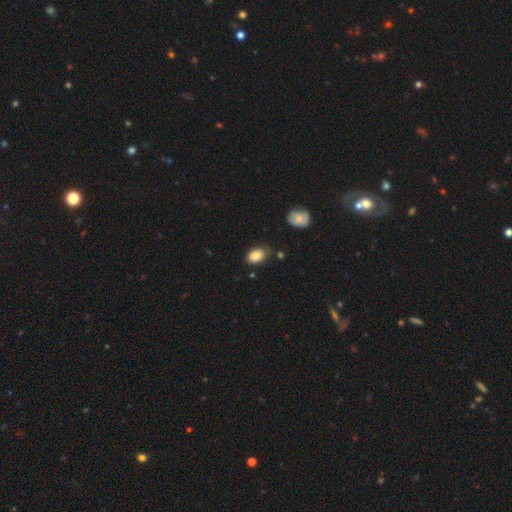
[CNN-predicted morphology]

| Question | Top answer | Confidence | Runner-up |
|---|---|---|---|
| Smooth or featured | smooth | 86% | star or artifact (8%) |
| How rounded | in between | 86% | round (12%) |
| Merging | none | 69% | minor disturbance (23%) |